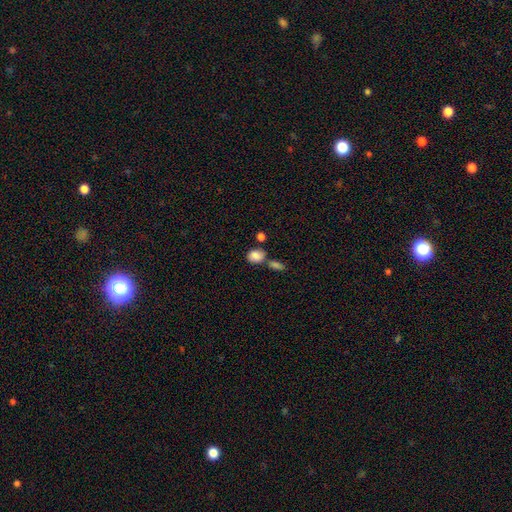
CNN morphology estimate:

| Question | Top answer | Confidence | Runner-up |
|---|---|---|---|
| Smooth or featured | smooth | 83% | featured or disk (9%) |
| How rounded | in between | 58% | round (40%) |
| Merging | none | 51% | merger (29%) |